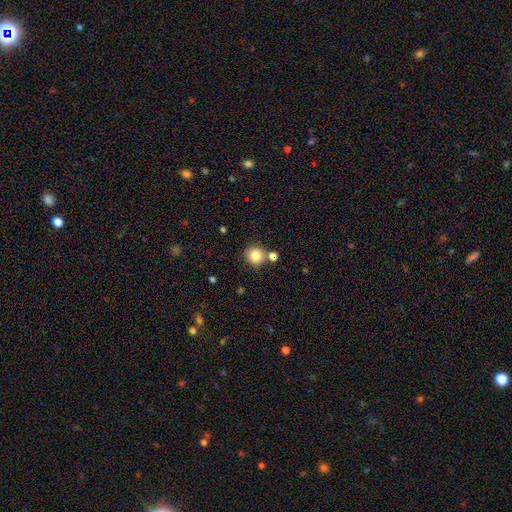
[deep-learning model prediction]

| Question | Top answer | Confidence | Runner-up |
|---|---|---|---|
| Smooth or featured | smooth | 84% | star or artifact (10%) |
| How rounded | round | 90% | in between (9%) |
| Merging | none | 71% | merger (16%) |